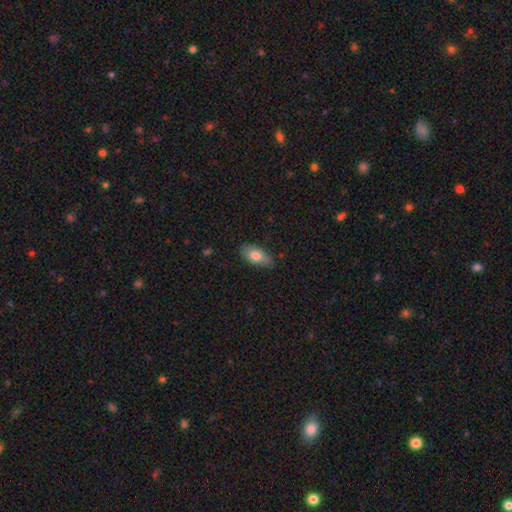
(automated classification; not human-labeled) Smooth or featured? Predicted: smooth (p=0.77). How rounded? Predicted: in between (p=0.90). Merging? Predicted: none (p=0.79).